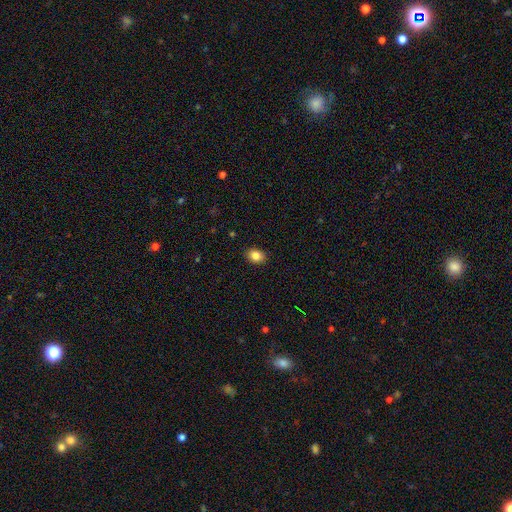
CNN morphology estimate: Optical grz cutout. It shows a smooth galaxy with no disk features (84%) that is in between round and cigar-shaped (57%). Merging: none (90%).